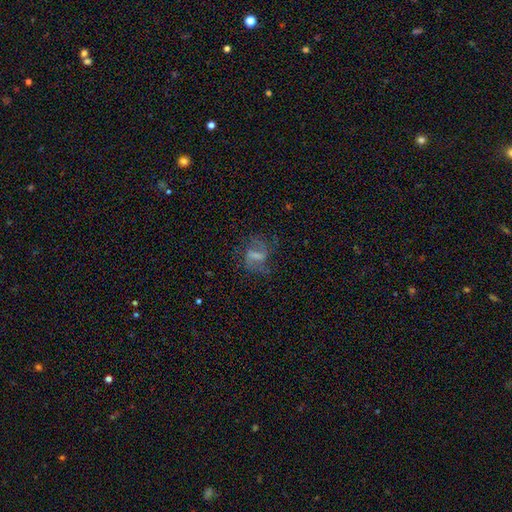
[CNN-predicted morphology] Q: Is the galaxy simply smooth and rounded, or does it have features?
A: featured or disk — 61%.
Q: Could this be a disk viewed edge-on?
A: no — 95%.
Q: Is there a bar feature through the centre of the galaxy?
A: strong — 49%.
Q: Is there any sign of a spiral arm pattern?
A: yes — 73%.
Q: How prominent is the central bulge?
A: none — 46%.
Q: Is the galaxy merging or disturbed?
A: none — 54%.